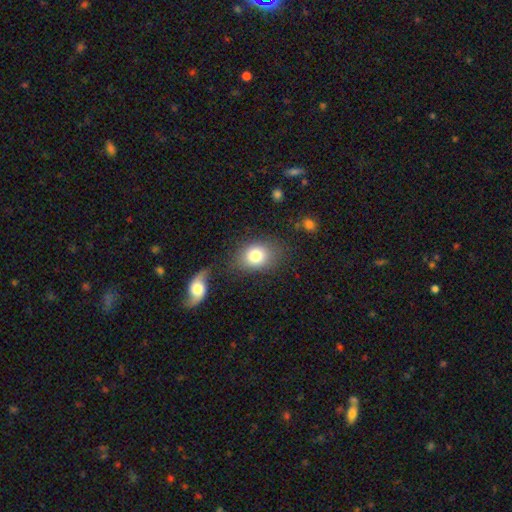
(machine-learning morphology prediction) Overall: smooth (81%). How rounded: in between (58%; round 41%). Merging: none (71%).